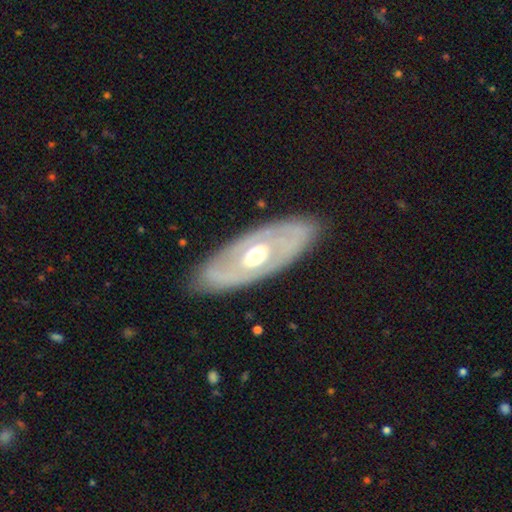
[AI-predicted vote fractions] Morphology: type=featured or disk (71%); edge-on=no (83%); bar=no (80%); spiral arms=no (70%); bulge=moderate (72%); merging=none (83%).